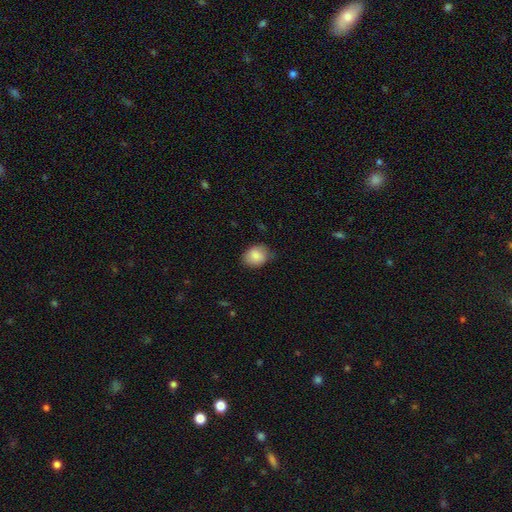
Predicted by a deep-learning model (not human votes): smooth 85%, featured or disk 7%, star or artifact 7%. Down the decision tree: how rounded — in between (55%); merging — none (72%).